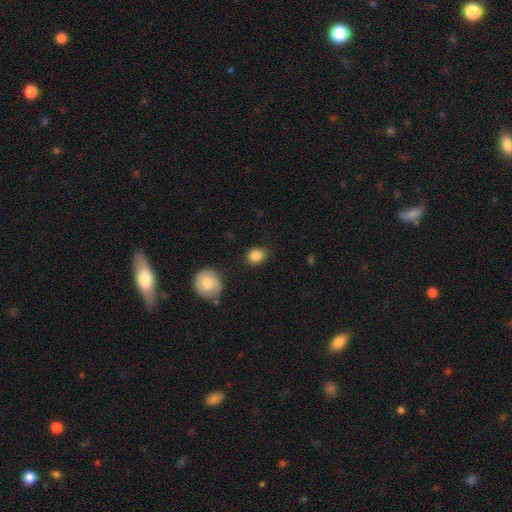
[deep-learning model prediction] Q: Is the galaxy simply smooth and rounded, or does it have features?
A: smooth — 86%.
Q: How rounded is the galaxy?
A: round — 72%.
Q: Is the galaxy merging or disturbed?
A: none — 83%.